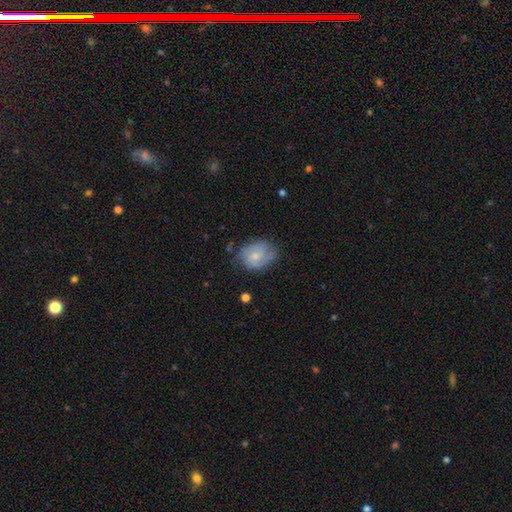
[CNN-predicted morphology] The model was most divided on "smooth or featured": featured or disk: 52%, smooth: 41%, star or artifact: 7%. More confident: edge-on disk — no (97%); spiral arms — yes (81%); bar — no (72%); merging — none (64%); bulge size — small (57%).